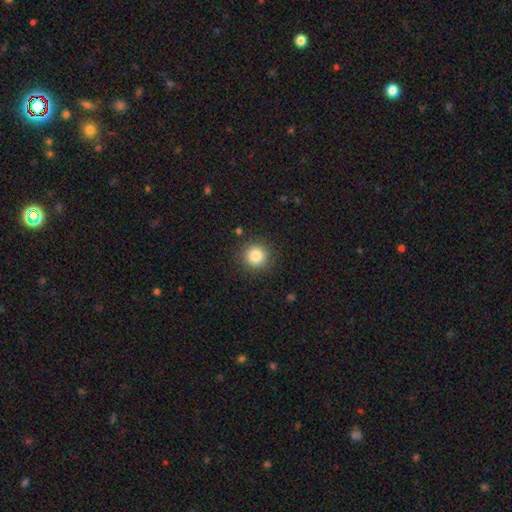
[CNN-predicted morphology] smooth_or_featured: smooth (p=0.84) [alt: star or artifact p=0.11]
how_rounded: round (p=0.94) [alt: in between p=0.05]
merging: none (p=0.89) [alt: minor disturbance p=0.07]